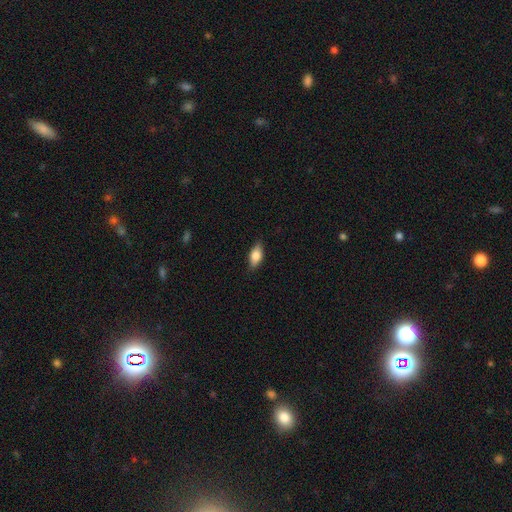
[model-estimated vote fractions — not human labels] Morphology: type=smooth (71%); roundness=in between (82%); merging=none (83%).